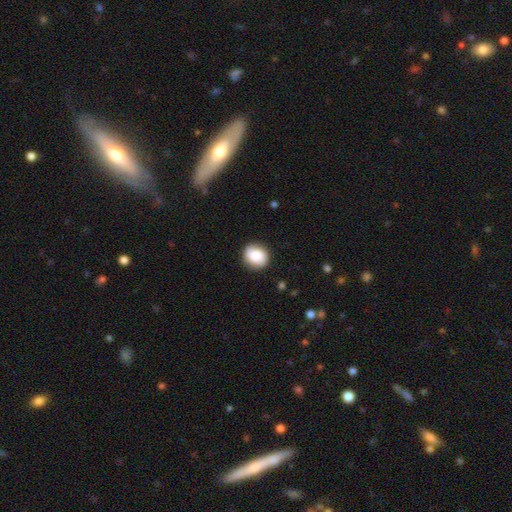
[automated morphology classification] A smooth galaxy with no disk features (77%) that is round (79%). Merging: none (86%).